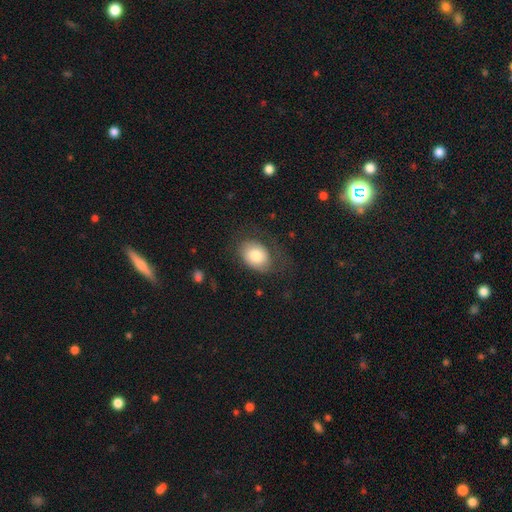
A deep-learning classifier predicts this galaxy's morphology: This appears to be a smooth galaxy with no disk features (75%) that is in between round and cigar-shaped (76%). Merging: none (59%).